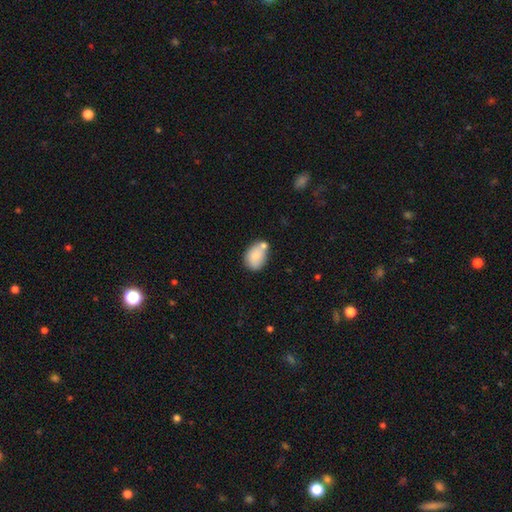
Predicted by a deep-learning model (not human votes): Smooth or featured? smooth (82%)
How rounded? in between (78%)
Merging? none (49%)